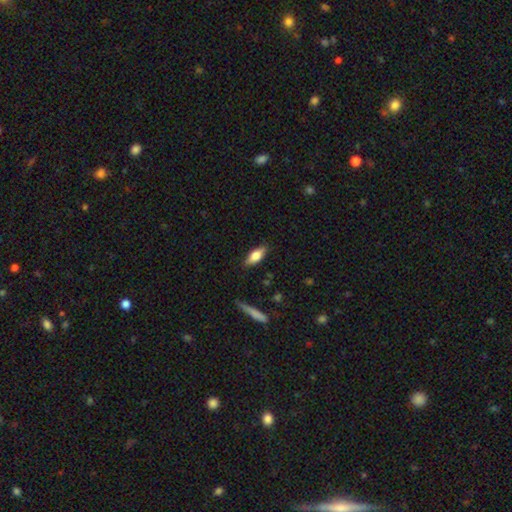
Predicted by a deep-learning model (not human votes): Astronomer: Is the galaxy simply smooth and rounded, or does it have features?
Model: smooth — 65%.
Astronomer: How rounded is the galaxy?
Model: in between — 68%.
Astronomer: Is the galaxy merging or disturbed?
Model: none — 85%.